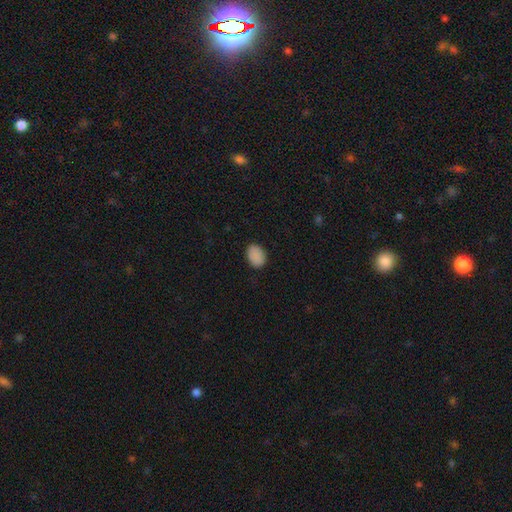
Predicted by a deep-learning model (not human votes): Smooth or featured? Predicted: smooth (p=0.88). How rounded? Predicted: in between (p=0.76). Merging? Predicted: none (p=0.86).